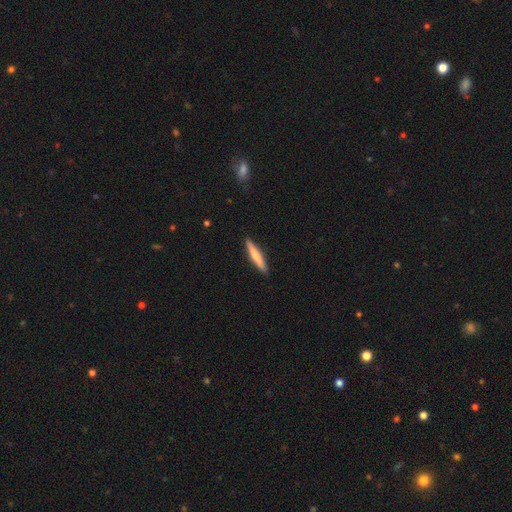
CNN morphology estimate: smooth 71%, featured or disk 24%, star or artifact 5%. Down the decision tree: how rounded — cigar-shaped (92%); merging — none (91%).